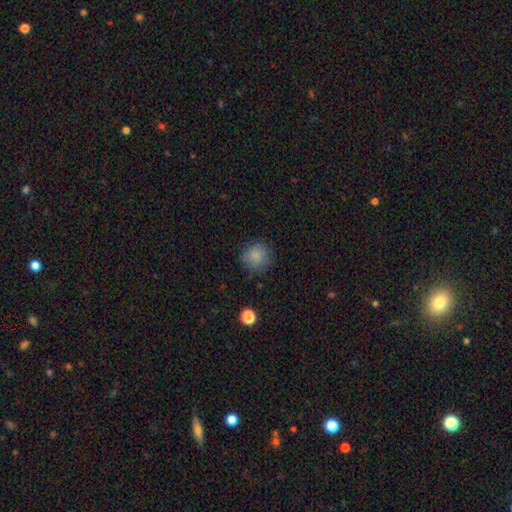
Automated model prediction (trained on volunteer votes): Morphology: type=smooth (85%); roundness=round (91%); merging=none (82%).